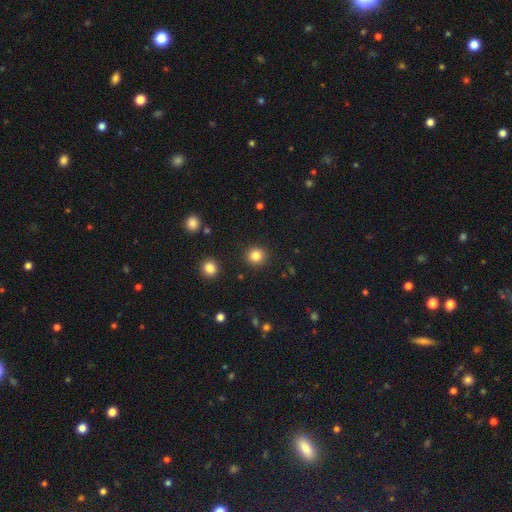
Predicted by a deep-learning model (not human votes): smooth-or-featured: smooth: 83% | star or artifact: 12% | featured or disk: 5%
  how-rounded: round: 91% | in between: 8% | cigar-shaped: 1%
  merging: none: 91% | minor disturbance: 5% | major disturbance: 2% | merger: 1%